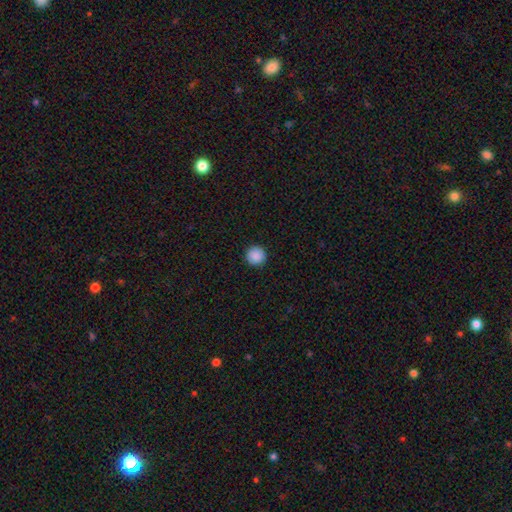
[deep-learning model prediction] Smooth or featured: smooth — 89% (star or artifact — 9%)
How rounded: round — 96% (in between — 3%)
Merging: none — 93% (minor disturbance — 4%)